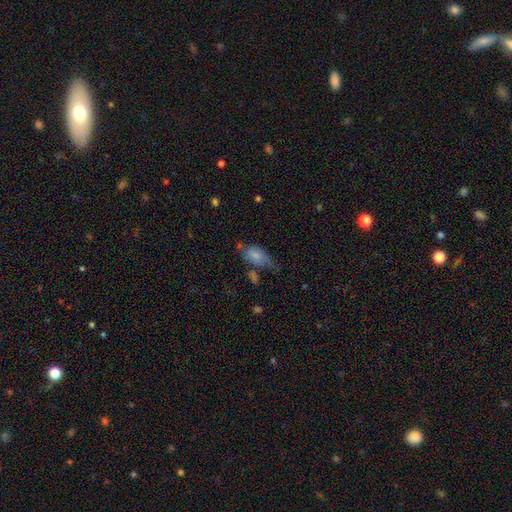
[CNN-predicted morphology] Overall: smooth (70%). How rounded: in between (89%). Merging: none (35%; minor disturbance 32%).